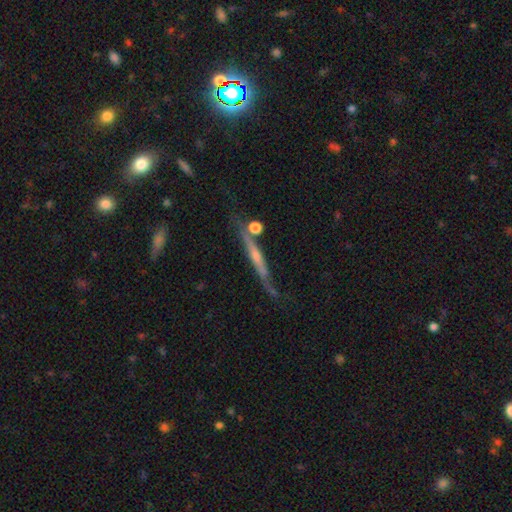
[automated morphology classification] A featured or disk galaxy (70%) viewed edge-on (92%) with a rounded central bulge (49%). Merging: none (64%).